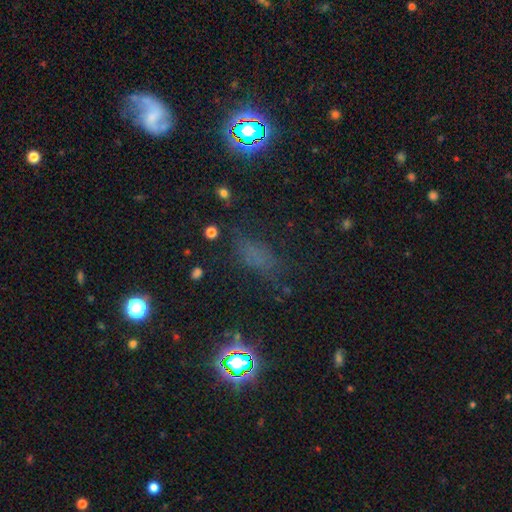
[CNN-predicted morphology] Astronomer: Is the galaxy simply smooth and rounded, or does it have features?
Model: smooth — 47% (runner-up: star or artifact, 39%).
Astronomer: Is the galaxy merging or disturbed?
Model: none — 65%.